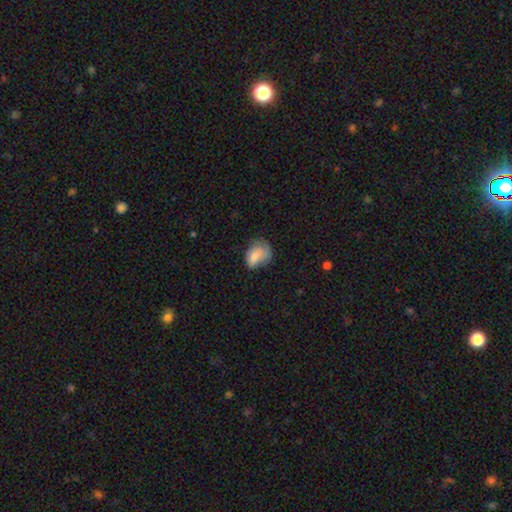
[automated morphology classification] A smooth galaxy with no disk features (74%) that is in between round and cigar-shaped (66%).

Vote fractions:
- Smooth or featured? smooth: 74% / featured or disk: 18% / star or artifact: 8%
- How rounded? in between: 66% / round: 32% / cigar-shaped: 1%
- Merging? none: 40% / minor disturbance: 36% / major disturbance: 22% / merger: 2%